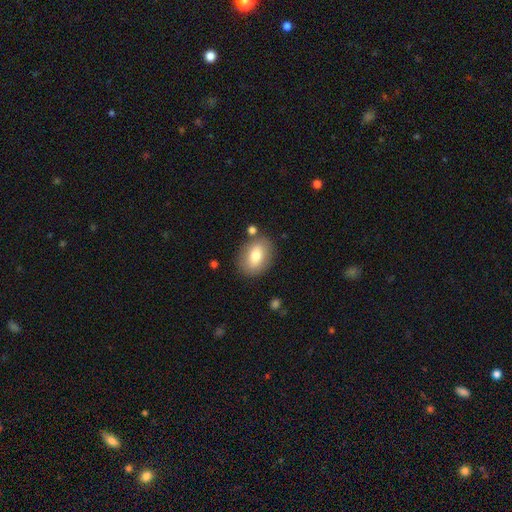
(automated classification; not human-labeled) Morphology: type=smooth (75%); roundness=in between (74%); merging=none (81%).